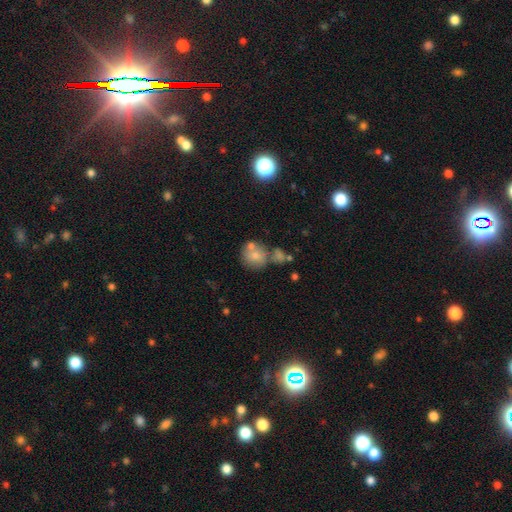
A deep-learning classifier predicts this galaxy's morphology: Smooth or featured? smooth (71%)
How rounded? round (79%)
Merging? none (44%)